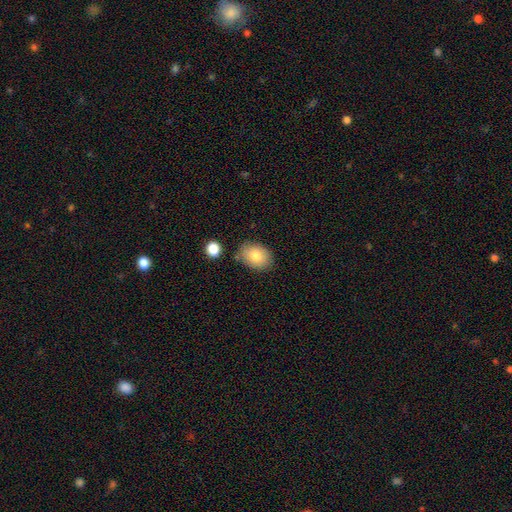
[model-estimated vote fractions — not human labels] Morphology: type=smooth (82%); roundness=in between (71%); merging=none (76%).